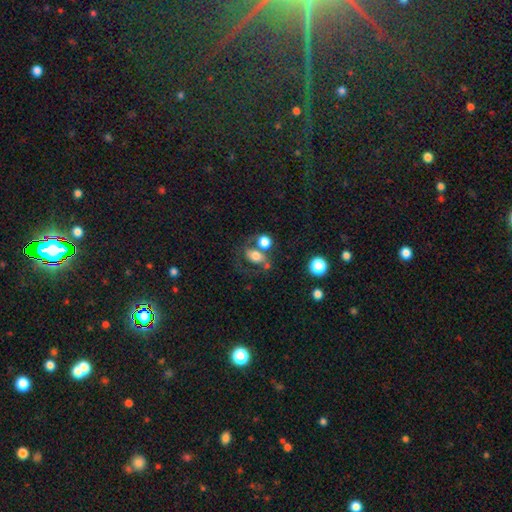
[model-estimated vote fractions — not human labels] Overall: smooth (65%). How rounded: in between (61%; round 37%). Merging: none (42%; merger 31%).